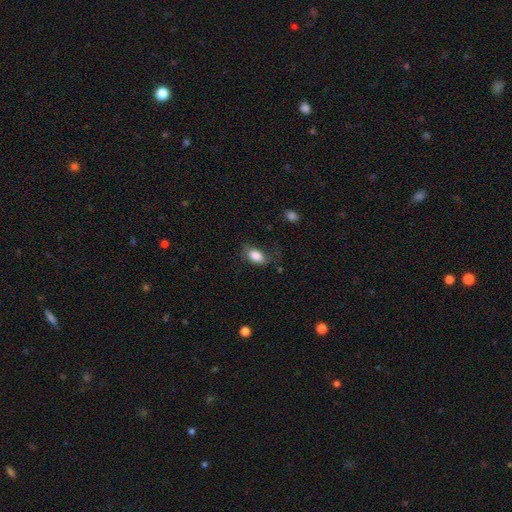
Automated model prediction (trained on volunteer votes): smooth-or-featured: smooth: 84% | featured or disk: 8% | star or artifact: 8%
  how-rounded: in between: 87% | round: 11% | cigar-shaped: 2%
  merging: none: 62% | minor disturbance: 25% | major disturbance: 11% | merger: 2%